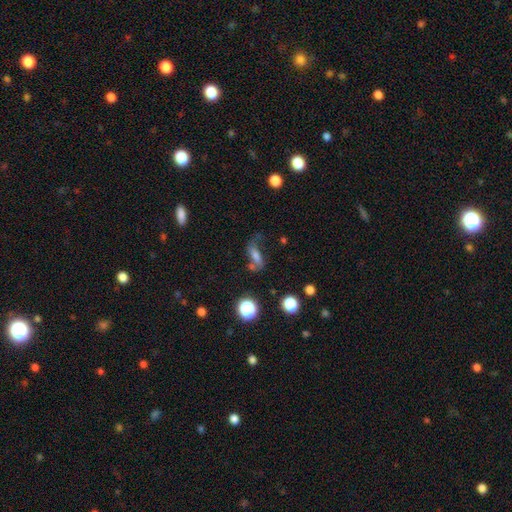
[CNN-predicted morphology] smooth 58%, featured or disk 23%, star or artifact 18%. Down the decision tree: how rounded — in between (62%); merging — none (47%).